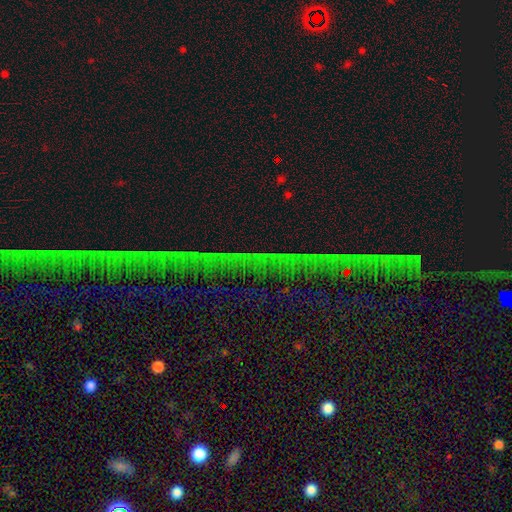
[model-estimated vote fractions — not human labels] A star or artifact, not a galaxy (87%).